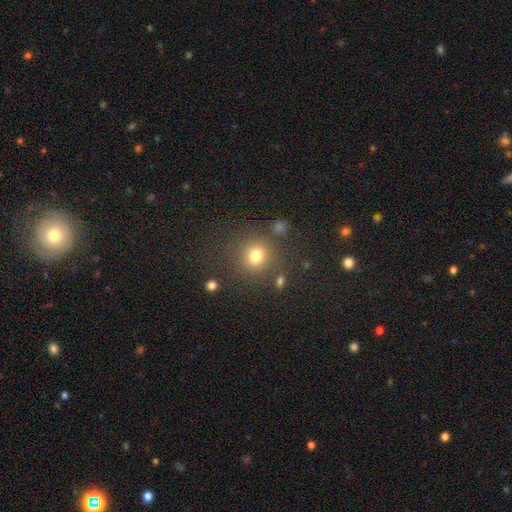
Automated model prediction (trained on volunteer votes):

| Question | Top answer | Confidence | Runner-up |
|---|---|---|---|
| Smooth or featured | smooth | 78% | star or artifact (15%) |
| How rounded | round | 86% | in between (13%) |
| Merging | none | 79% | minor disturbance (10%) |